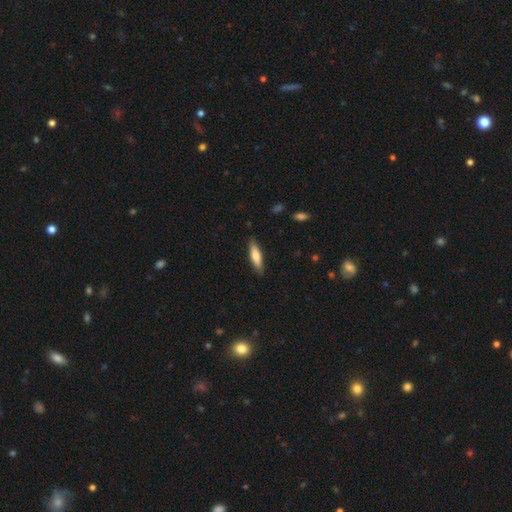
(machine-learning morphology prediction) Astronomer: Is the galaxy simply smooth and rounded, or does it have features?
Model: smooth — 69%.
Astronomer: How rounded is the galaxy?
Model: cigar-shaped — 72%.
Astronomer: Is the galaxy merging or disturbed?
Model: none — 87%.